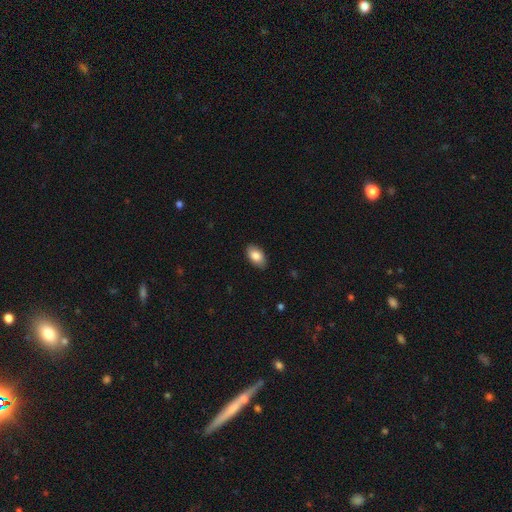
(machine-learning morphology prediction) smooth 85%, featured or disk 8%, star or artifact 7%. Down the decision tree: how rounded — in between (93%); merging — none (87%).